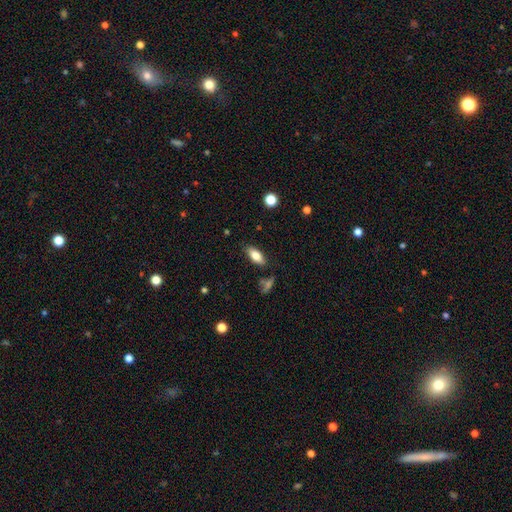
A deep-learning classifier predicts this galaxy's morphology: smooth_or_featured: smooth (p=0.78) [alt: featured or disk p=0.14]
how_rounded: in between (p=0.84) [alt: cigar-shaped p=0.14]
merging: none (p=0.82) [alt: minor disturbance p=0.12]